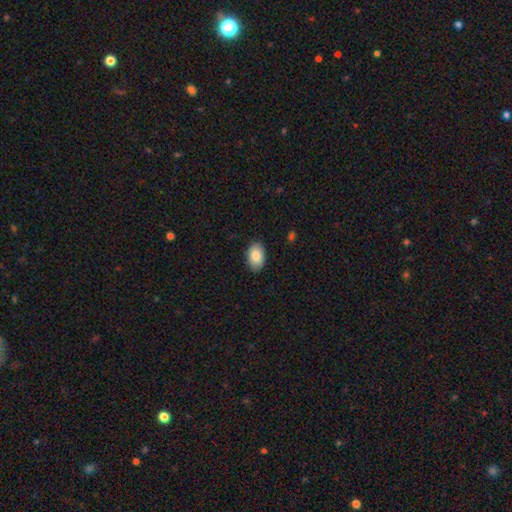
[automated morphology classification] smooth_or_featured: smooth (p=0.85) [alt: featured or disk p=0.08]
how_rounded: in between (p=0.90) [alt: round p=0.08]
merging: none (p=0.88) [alt: minor disturbance p=0.09]